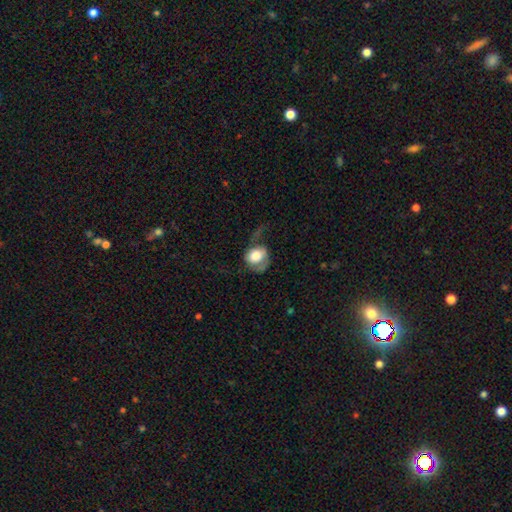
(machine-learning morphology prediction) smooth_or_featured: smooth (p=0.58) [alt: featured or disk p=0.35]
how_rounded: round (p=0.60) [alt: in between p=0.39]
merging: major disturbance (p=0.45) [alt: none p=0.28]